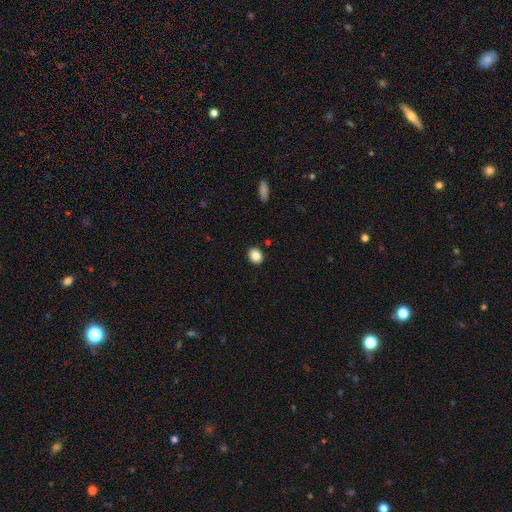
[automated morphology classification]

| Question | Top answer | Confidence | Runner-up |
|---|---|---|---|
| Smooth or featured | smooth | 87% | star or artifact (9%) |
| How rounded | round | 55% | in between (44%) |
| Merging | none | 89% | minor disturbance (7%) |